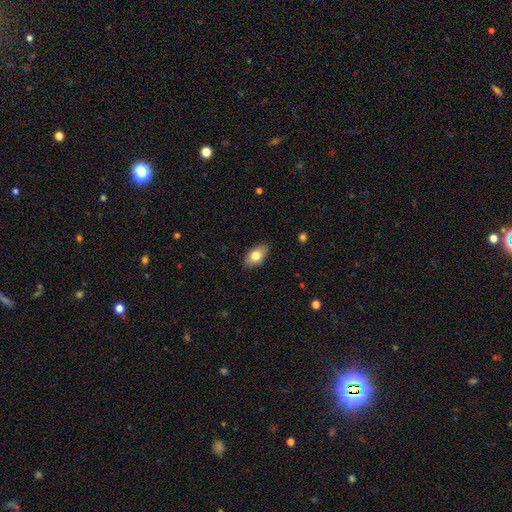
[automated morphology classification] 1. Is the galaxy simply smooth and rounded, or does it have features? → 79% smooth, 14% featured or disk, 7% star or artifact.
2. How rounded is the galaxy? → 91% in between, 7% round, 2% cigar-shaped.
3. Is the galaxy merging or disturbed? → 85% none, 12% minor disturbance, 2% major disturbance, 1% merger.